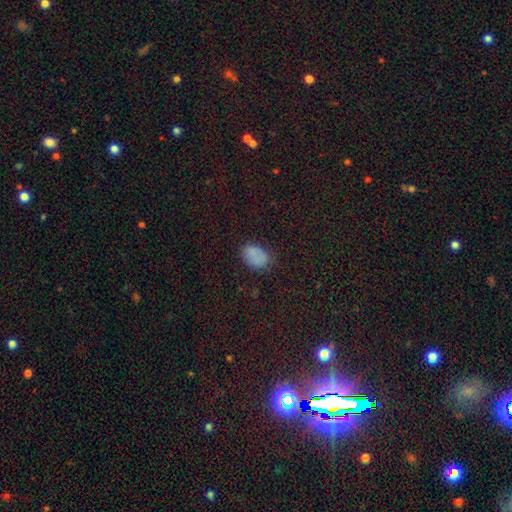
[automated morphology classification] Smooth or featured? Predicted: smooth (p=0.81). How rounded? Predicted: in between (p=0.88). Merging? Predicted: none (p=0.77).